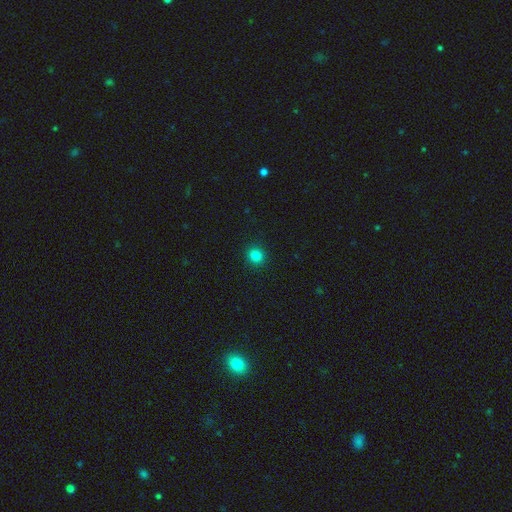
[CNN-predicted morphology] The model was most divided on "smooth or featured": smooth: 83%, star or artifact: 13%, featured or disk: 4%. More confident: merging — none (92%); how rounded — round (86%).